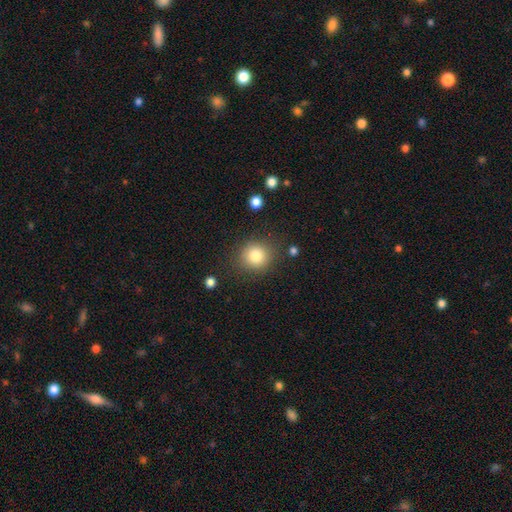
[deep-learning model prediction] A smooth galaxy with no disk features (82%) that is round (88%). Merging: none (84%).